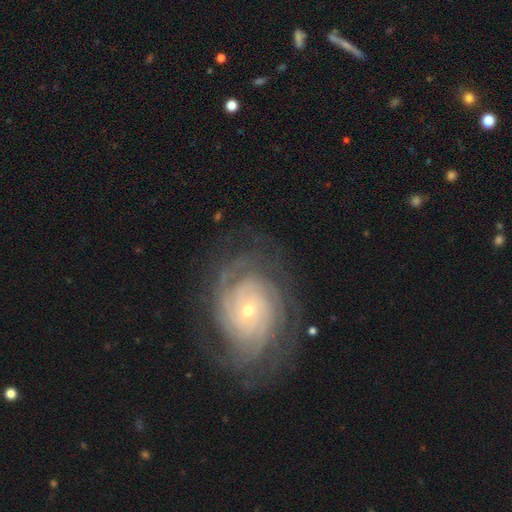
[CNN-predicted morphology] Q: Smooth or featured?
A: featured or disk (81%); runner-up: smooth (10%)
Q: Edge-on disk?
A: no (96%); runner-up: yes (4%)
Q: Bar?
A: no (76%); runner-up: weak (17%)
Q: Spiral arms?
A: yes (94%); runner-up: no (6%)
Q: Spiral winding?
A: tight (74%); runner-up: medium (20%)
Q: Spiral arm count?
A: can't tell (37%); runner-up: 2 (19%)
Q: Bulge size?
A: small (64%); runner-up: moderate (31%)
Q: Merging?
A: none (77%); runner-up: minor disturbance (14%)